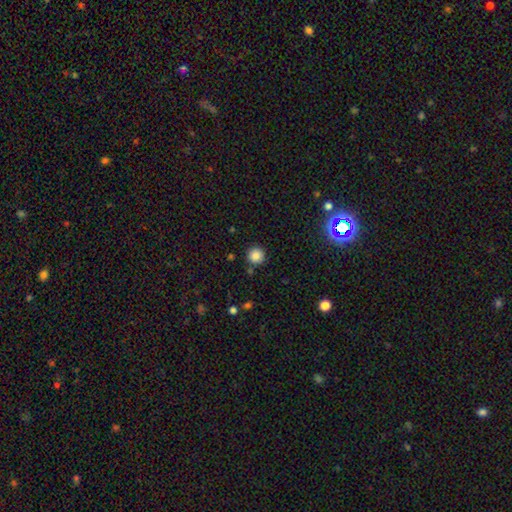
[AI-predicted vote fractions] This appears to be a smooth galaxy with no disk features (85%) that is round (95%). Merging: none (87%).